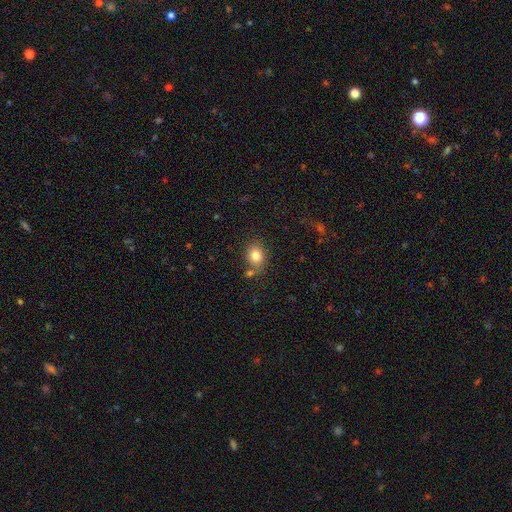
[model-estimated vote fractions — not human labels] smooth_or_featured: smooth (p=0.82) [alt: star or artifact p=0.10]
how_rounded: round (p=0.52) [alt: in between p=0.47]
merging: none (p=0.69) [alt: minor disturbance p=0.14]